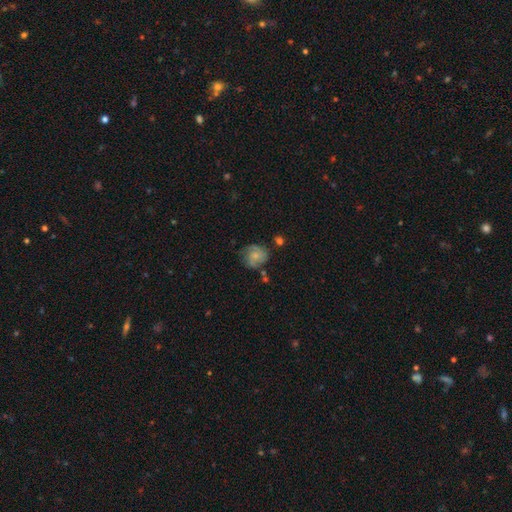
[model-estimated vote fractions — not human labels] A featured or disk galaxy (53%) with no bar (74%), spiral arms (83%) and a small central bulge (46%).

Vote fractions:
- Smooth or featured? featured or disk: 53% / smooth: 38% / star or artifact: 8%
- Edge-on disk? no: 98% / yes: 2%
- Bar? no: 74% / weak: 23% / strong: 3%
- Spiral arms? yes: 83% / no: 17%
- Bulge size? small: 46% / moderate: 36% / none: 13% / large: 4% / dominant: 1%
- Merging? none: 59% / minor disturbance: 24% / major disturbance: 11% / merger: 6%